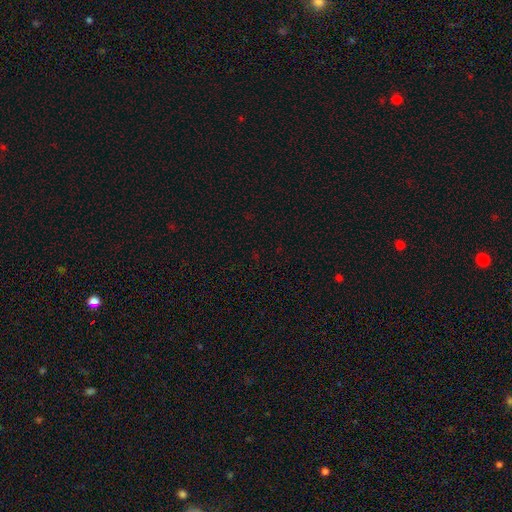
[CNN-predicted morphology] Overall: star or artifact (71%).